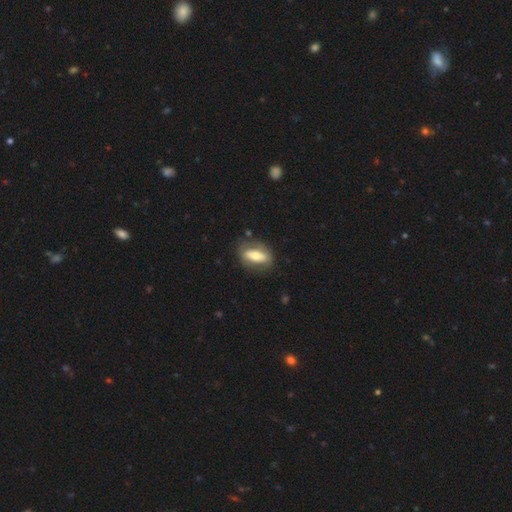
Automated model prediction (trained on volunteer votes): A smooth galaxy with no disk features (50%). Merging: none (74%).